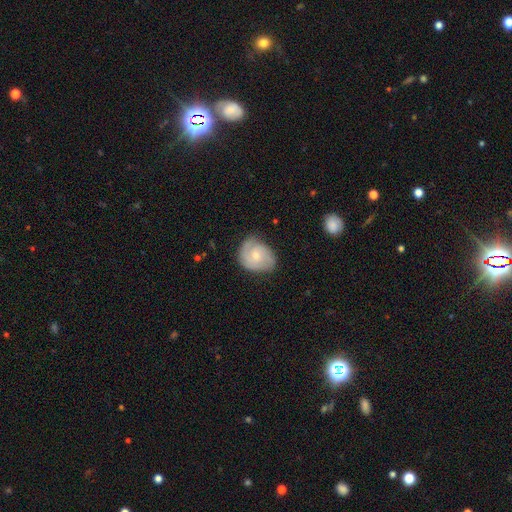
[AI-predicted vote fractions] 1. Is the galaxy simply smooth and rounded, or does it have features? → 62% featured or disk, 32% smooth, 6% star or artifact.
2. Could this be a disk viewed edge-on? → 97% no, 3% yes.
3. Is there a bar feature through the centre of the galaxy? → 69% no, 27% weak, 3% strong.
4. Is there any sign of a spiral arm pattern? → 89% yes, 11% no.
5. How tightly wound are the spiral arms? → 48% tight, 39% medium, 13% loose.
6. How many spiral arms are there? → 48% 2, 21% can't tell, 14% 3, 12% 1, 3% 4, 2% more than 4.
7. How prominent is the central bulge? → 54% small, 42% moderate, 2% none, 1% large, 1% dominant.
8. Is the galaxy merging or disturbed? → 62% none, 28% minor disturbance, 8% major disturbance, 1% merger.